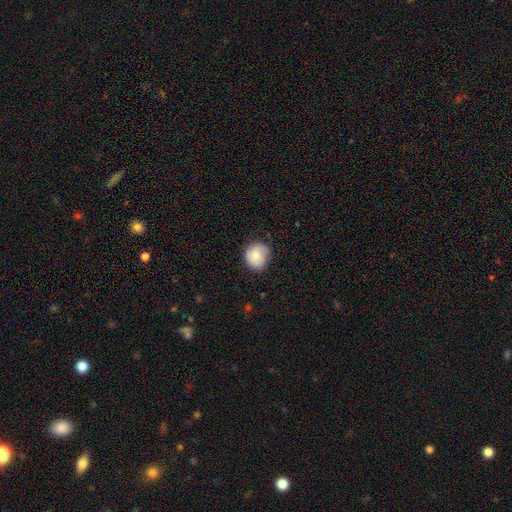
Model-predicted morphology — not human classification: Smooth or featured? Predicted: smooth (p=0.79). How rounded? Predicted: round (p=0.84). Merging? Predicted: none (p=0.76).